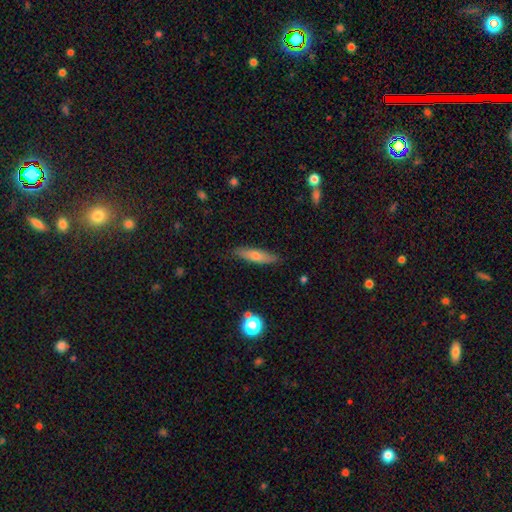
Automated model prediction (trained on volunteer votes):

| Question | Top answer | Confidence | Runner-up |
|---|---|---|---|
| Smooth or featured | smooth | 66% | featured or disk (27%) |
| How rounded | cigar-shaped | 71% | in between (26%) |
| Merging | none | 86% | minor disturbance (11%) |